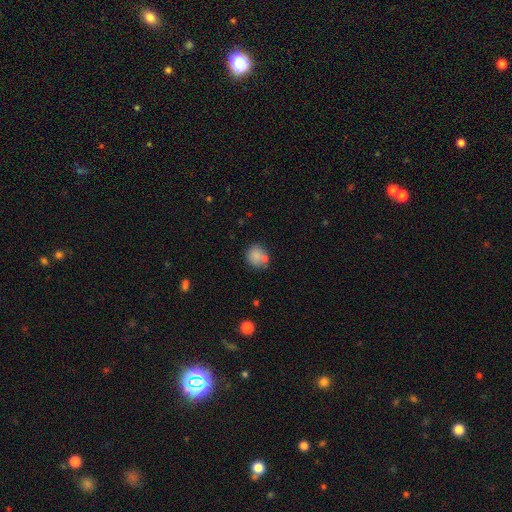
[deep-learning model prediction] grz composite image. It shows a smooth galaxy with no disk features (79%) that is round (79%). Merging: none (59%).